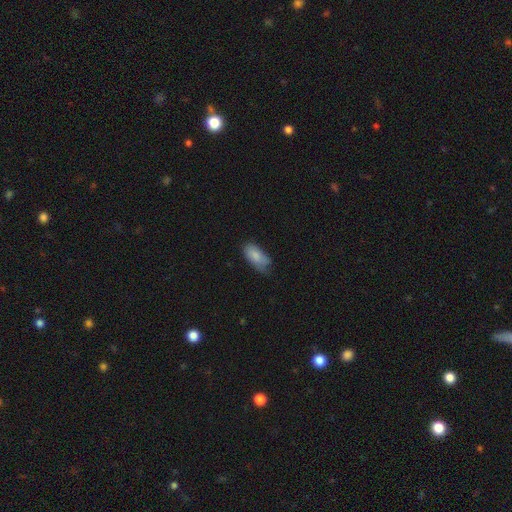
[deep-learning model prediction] Smooth or featured: smooth — 83% (featured or disk — 10%)
How rounded: in between — 91% (cigar-shaped — 7%)
Merging: none — 54% (minor disturbance — 35%)